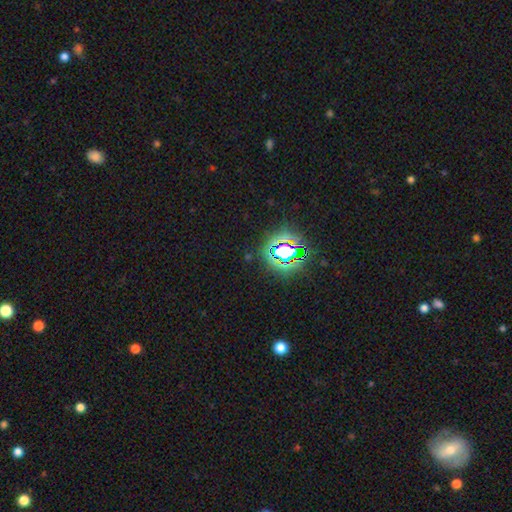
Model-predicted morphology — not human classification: Q: Smooth or featured?
A: star or artifact (80%); runner-up: smooth (13%)